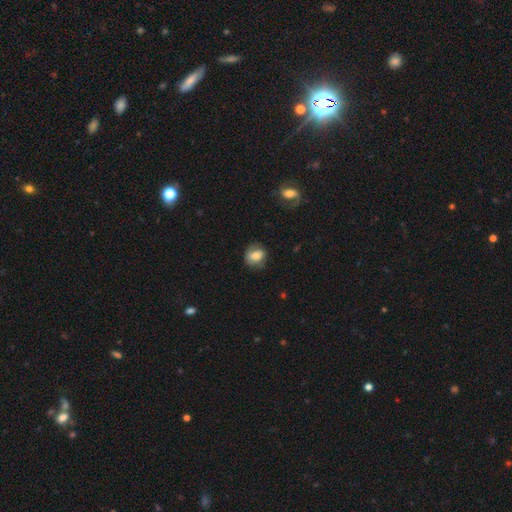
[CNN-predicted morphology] Smooth or featured? smooth (68%)
How rounded? round (59%)
Merging? none (72%)